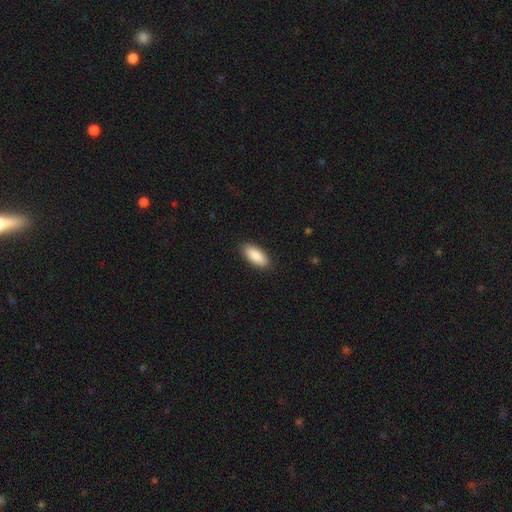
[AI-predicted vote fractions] A smooth galaxy with no disk features (88%) that is in between round and cigar-shaped (85%).

Vote fractions:
- Smooth or featured? smooth: 88% / featured or disk: 6% / star or artifact: 5%
- How rounded? in between: 85% / cigar-shaped: 13% / round: 2%
- Merging? none: 89% / minor disturbance: 8% / major disturbance: 2% / merger: 1%